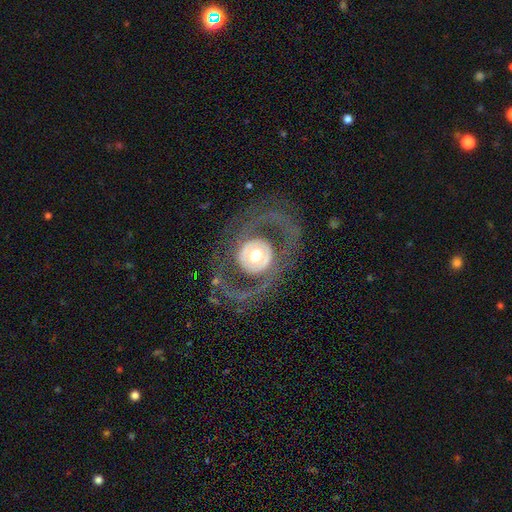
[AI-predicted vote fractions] A featured or disk galaxy (72%) with no bar (76%), no spiral arms (51%) and a moderate central bulge (53%).

Vote fractions:
- Smooth or featured? featured or disk: 72% / smooth: 21% / star or artifact: 6%
- Edge-on disk? no: 95% / yes: 5%
- Bar? no: 76% / weak: 16% / strong: 8%
- Spiral arms? no: 51% / yes: 49%
- Bulge size? moderate: 53% / large: 36% / dominant: 6% / small: 5% / none: 1%
- Merging? none: 70% / major disturbance: 18% / minor disturbance: 11% / merger: 2%